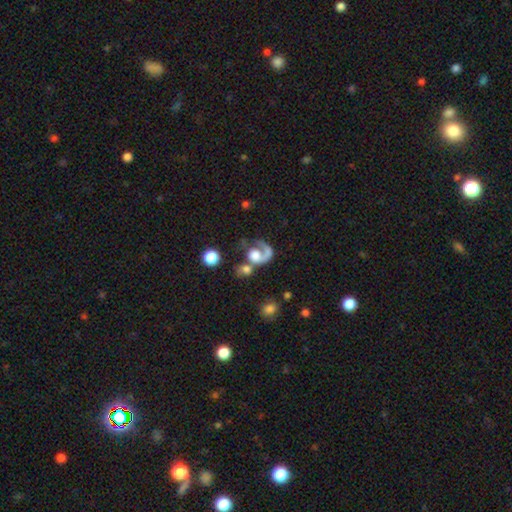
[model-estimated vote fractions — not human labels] smooth-or-featured: featured or disk: 62% | smooth: 29% | star or artifact: 9%
  disk-edge-on: no: 98% | yes: 2%
    bar: no: 79% | weak: 16% | strong: 5%
    has-spiral-arms: yes: 80% | no: 20%
    bulge-size: large: 35% | moderate: 30% | none: 16% | small: 11% | dominant: 9%
  merging: major disturbance: 30% | none: 29% | merger: 29% | minor disturbance: 11%